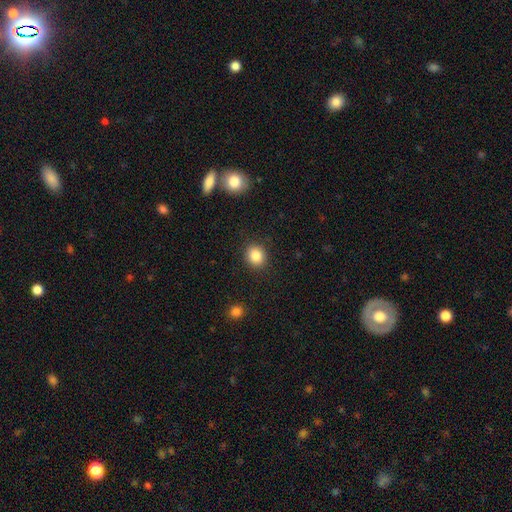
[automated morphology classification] A smooth galaxy with no disk features (85%) that is round (79%).

Vote fractions:
- Smooth or featured? smooth: 85% / star or artifact: 10% / featured or disk: 5%
- How rounded? round: 79% / in between: 20% / cigar-shaped: 1%
- Merging? none: 89% / minor disturbance: 7% / major disturbance: 2% / merger: 1%